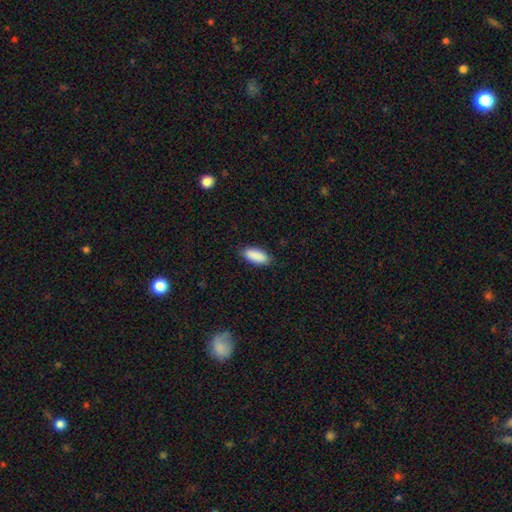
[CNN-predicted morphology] Overall: smooth (90%). How rounded: in between (85%). Merging: none (86%).